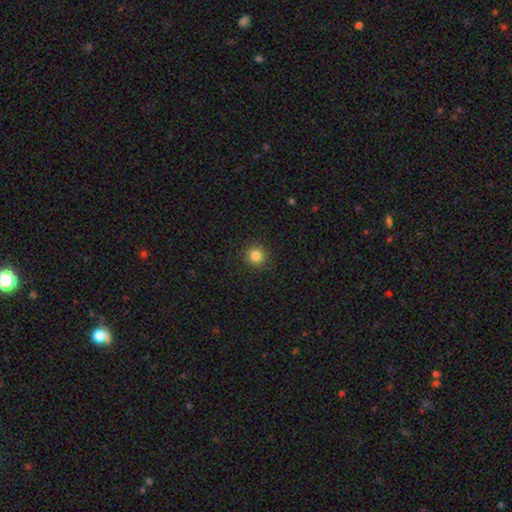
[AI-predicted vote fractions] A smooth galaxy with no disk features (83%) that is round (94%).

Vote fractions:
- Smooth or featured? smooth: 83% / star or artifact: 12% / featured or disk: 5%
- How rounded? round: 94% / in between: 5% / cigar-shaped: 1%
- Merging? none: 92% / minor disturbance: 5% / major disturbance: 2% / merger: 1%